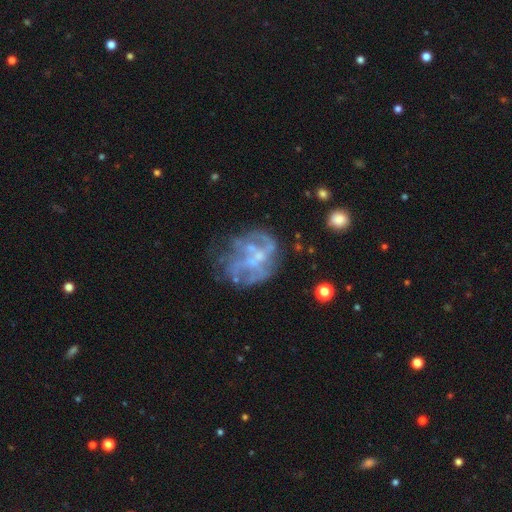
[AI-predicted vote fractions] Morphology: type=featured or disk (73%); edge-on=no (98%); bar=no (75%); spiral arms=no (66%); bulge=small (44%); merging=none (46%).